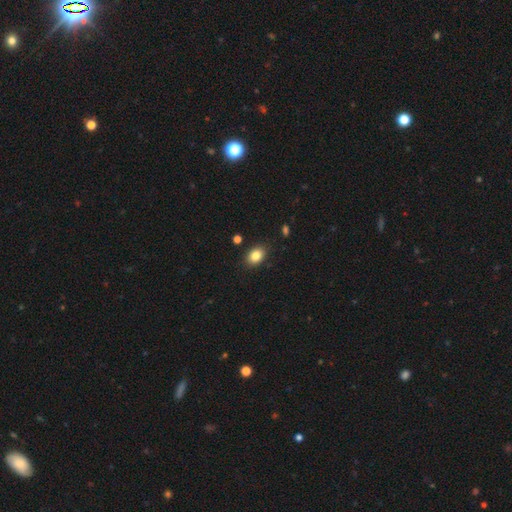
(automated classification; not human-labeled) Morphology: type=smooth (84%); roundness=in between (71%); merging=none (86%).